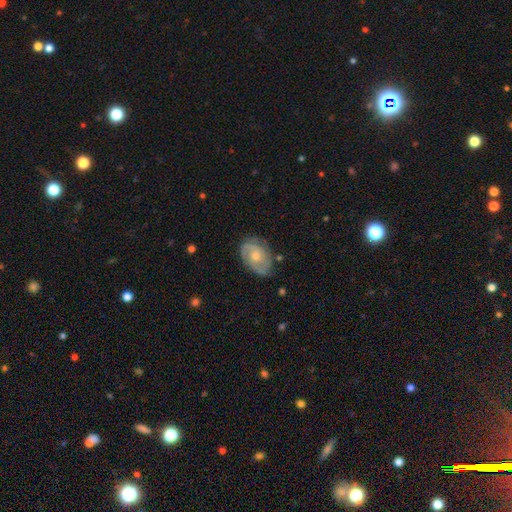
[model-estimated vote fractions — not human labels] smooth_or_featured: featured or disk (p=0.68) [alt: smooth p=0.25]
disk_edge_on: no (p=0.96) [alt: yes p=0.04]
bar: no (p=0.73) [alt: weak p=0.23]
has_spiral_arms: yes (p=0.86) [alt: no p=0.14]
spiral_winding: tight (p=0.43) [alt: medium p=0.41]
spiral_arm_count: 2 (p=0.52) [alt: can't tell p=0.24]
bulge_size: small (p=0.50) [alt: moderate p=0.45]
merging: none (p=0.70) [alt: minor disturbance p=0.22]